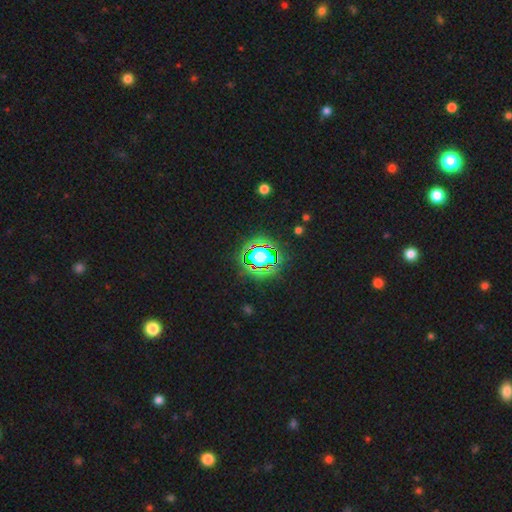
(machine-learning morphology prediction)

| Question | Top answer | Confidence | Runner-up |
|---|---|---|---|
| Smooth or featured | star or artifact | 75% | smooth (16%) |